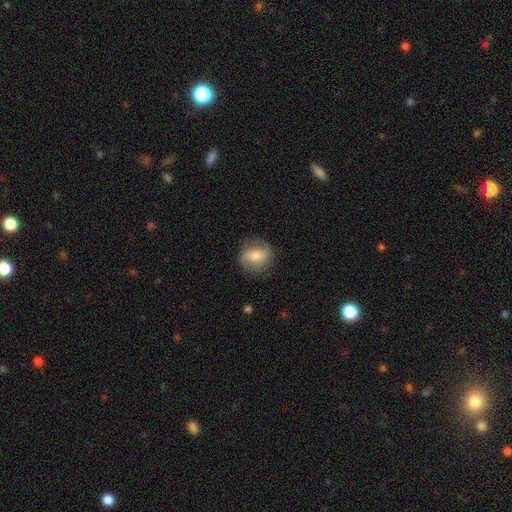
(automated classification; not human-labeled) Morphology: type=featured or disk (49%); merging=none (79%).